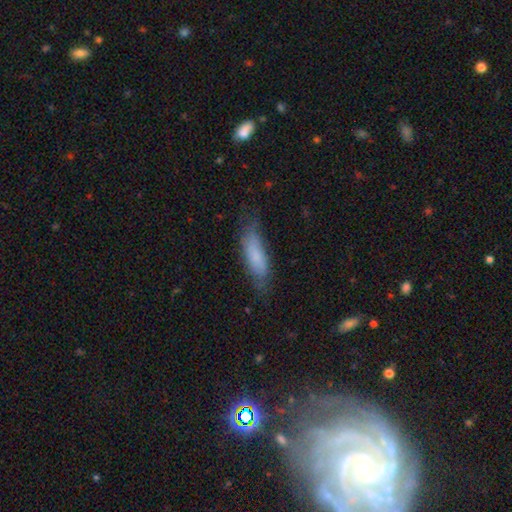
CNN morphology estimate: smooth_or_featured: smooth (p=0.73) [alt: featured or disk p=0.20]
how_rounded: in between (p=0.51) [alt: cigar-shaped p=0.47]
merging: none (p=0.64) [alt: minor disturbance p=0.26]